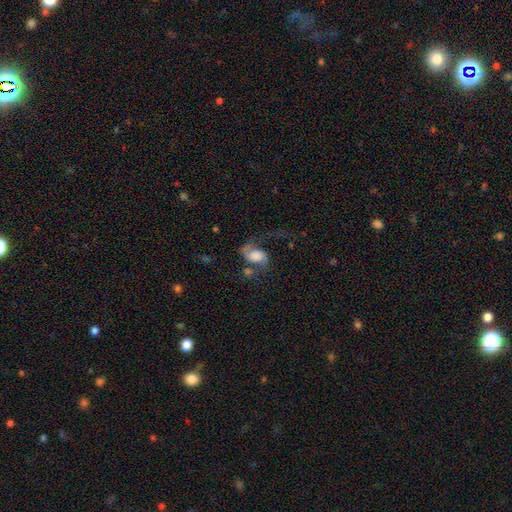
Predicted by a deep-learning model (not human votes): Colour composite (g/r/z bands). It shows a featured or disk galaxy (64%) with no bar (63%), 2 (75%) loose (70%) spiral arms (89%) and a large central bulge (38%). Merging: none (36%).